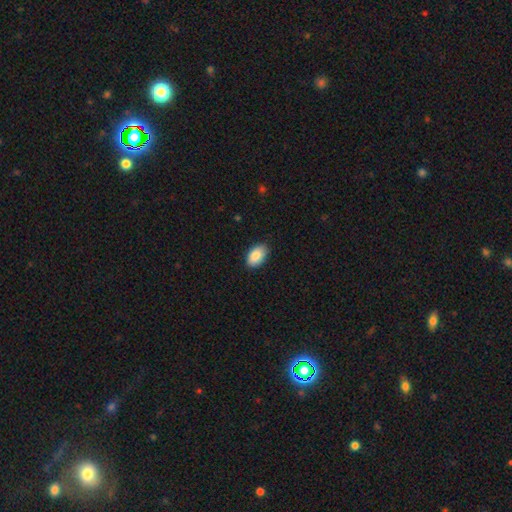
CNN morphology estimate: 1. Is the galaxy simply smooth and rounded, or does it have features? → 88% smooth, 7% star or artifact, 5% featured or disk.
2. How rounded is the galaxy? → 92% in between, 6% round, 1% cigar-shaped.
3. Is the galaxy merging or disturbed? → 86% none, 11% minor disturbance, 2% major disturbance, 1% merger.